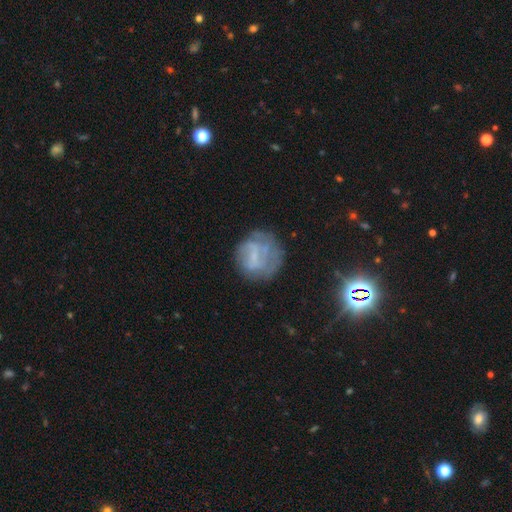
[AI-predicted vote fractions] Smooth or featured? featured or disk (49%)
Merging? none (58%)